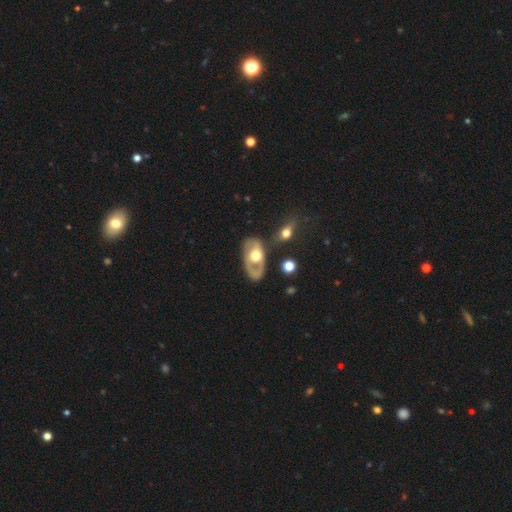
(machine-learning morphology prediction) This is likely a featured or disk galaxy (63%). It is clearly not viewed edge-on (88%). Bar: likely no (76%). Spiral arm pattern: possibly no (57%). Central bulge: possibly moderate (56%). Merging: likely none (61%).